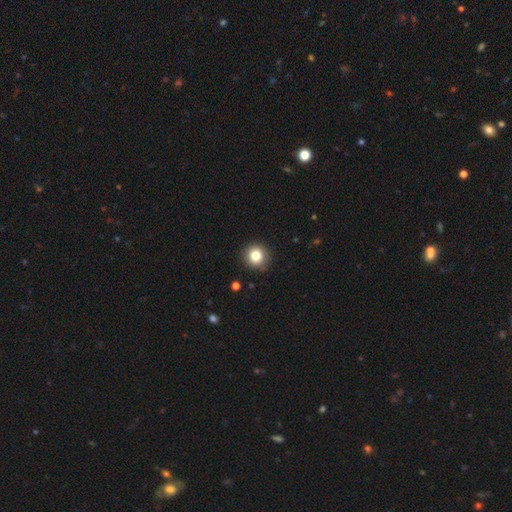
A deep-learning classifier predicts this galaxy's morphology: smooth 82%, star or artifact 11%, featured or disk 7%. Down the decision tree: how rounded — round (94%); merging — none (90%).